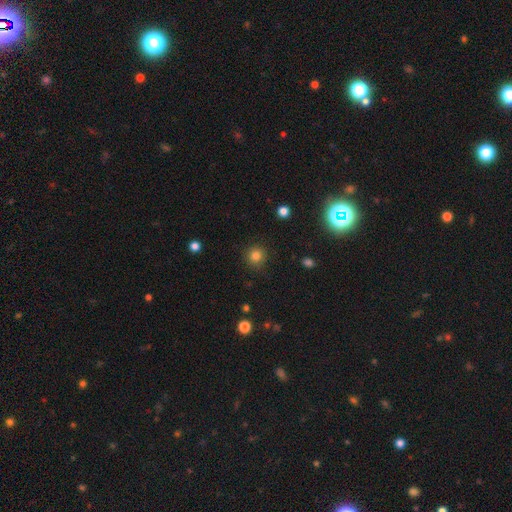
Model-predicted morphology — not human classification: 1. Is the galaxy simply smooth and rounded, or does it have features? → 81% smooth, 13% star or artifact, 5% featured or disk.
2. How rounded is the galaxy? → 93% round, 6% in between, 1% cigar-shaped.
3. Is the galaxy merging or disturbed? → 90% none, 7% minor disturbance, 2% major disturbance, 1% merger.